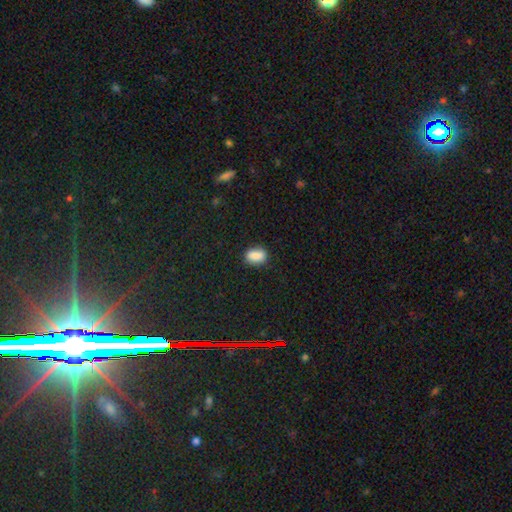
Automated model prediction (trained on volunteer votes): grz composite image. It shows a smooth galaxy with no disk features (86%) that is in between round and cigar-shaped (80%). Merging: none (82%).